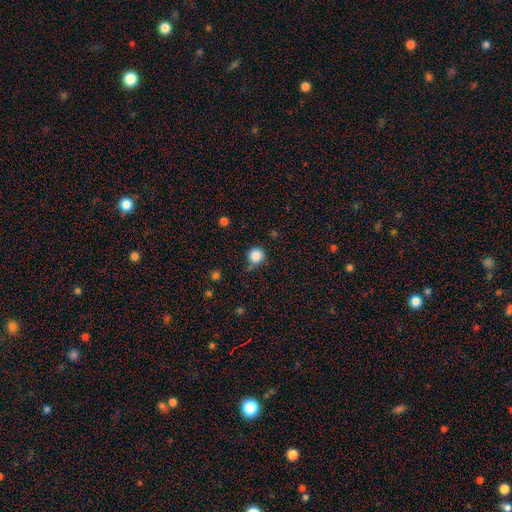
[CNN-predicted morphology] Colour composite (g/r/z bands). It shows a smooth galaxy with no disk features (86%) that is round (94%). Merging: none (75%).